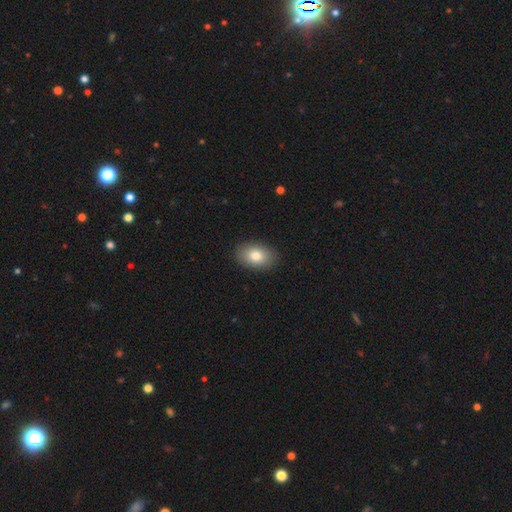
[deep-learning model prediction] smooth_or_featured: smooth (p=0.81) [alt: featured or disk p=0.11]
how_rounded: in between (p=0.86) [alt: round p=0.12]
merging: none (p=0.89) [alt: minor disturbance p=0.08]